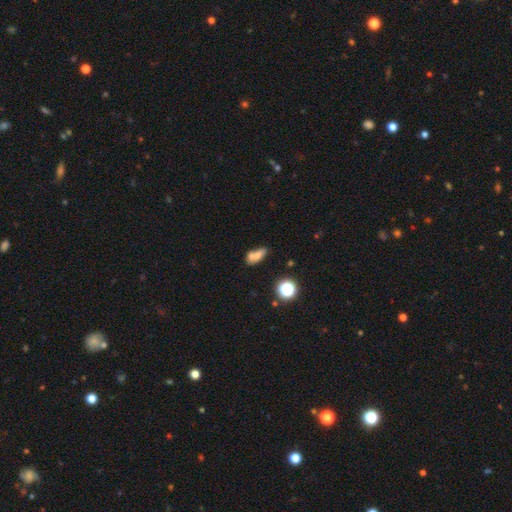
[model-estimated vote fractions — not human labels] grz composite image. It shows a smooth galaxy with no disk features (66%) that is in between round and cigar-shaped (70%). Merging: merger (38%).